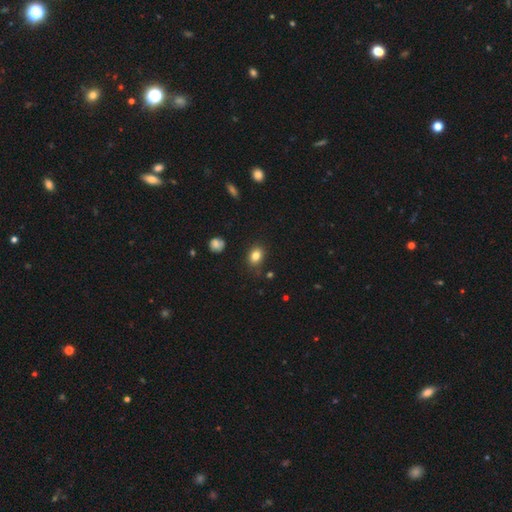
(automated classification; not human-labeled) Morphology: type=smooth (82%); roundness=in between (62%); merging=none (82%).